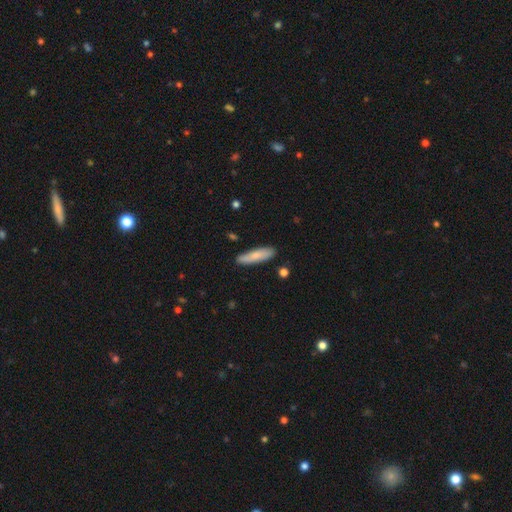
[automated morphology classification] smooth-or-featured: smooth: 75% | featured or disk: 19% | star or artifact: 5%
  how-rounded: cigar-shaped: 72% | in between: 26% | round: 2%
  merging: none: 86% | minor disturbance: 11% | merger: 2% | major disturbance: 2%